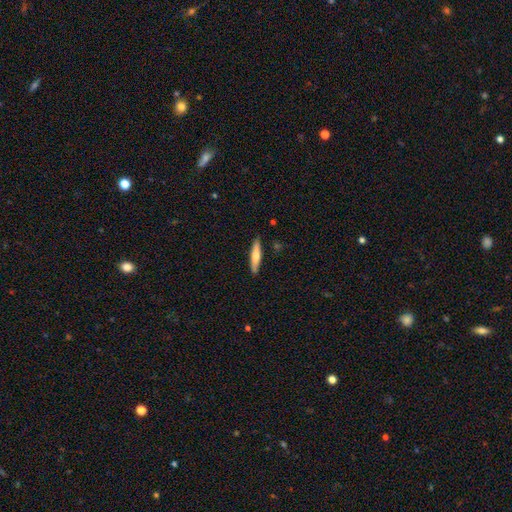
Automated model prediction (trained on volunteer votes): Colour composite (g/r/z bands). It shows a smooth galaxy with no disk features (63%) that is cigar-shaped (88%). Merging: none (88%).